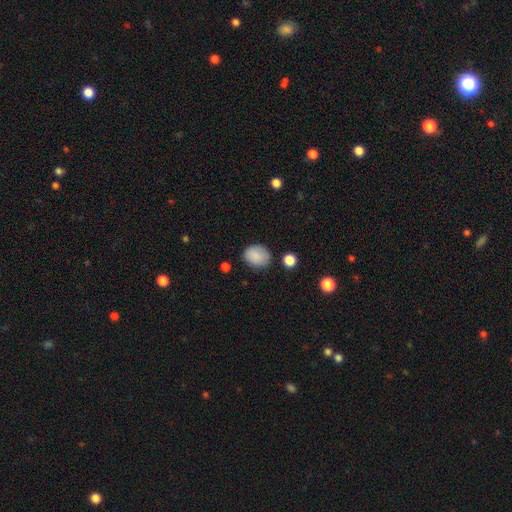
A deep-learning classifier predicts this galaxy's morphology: This is clearly a smooth galaxy (87%). How rounded: possibly round (53%). Merging: likely none (78%).